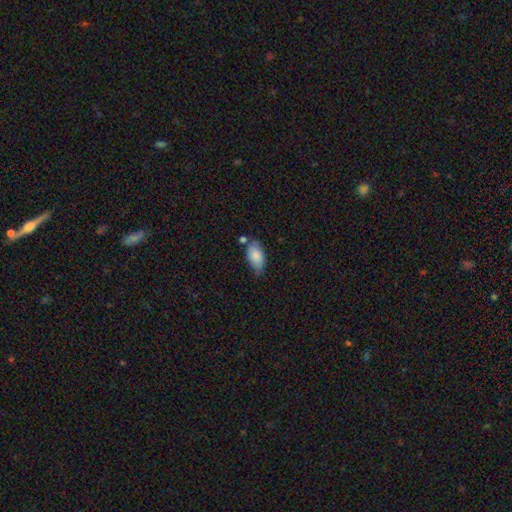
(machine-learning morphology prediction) Q: Smooth or featured?
A: smooth (84%); runner-up: featured or disk (9%)
Q: How rounded?
A: in between (93%); runner-up: cigar-shaped (4%)
Q: Merging?
A: none (58%); runner-up: minor disturbance (26%)